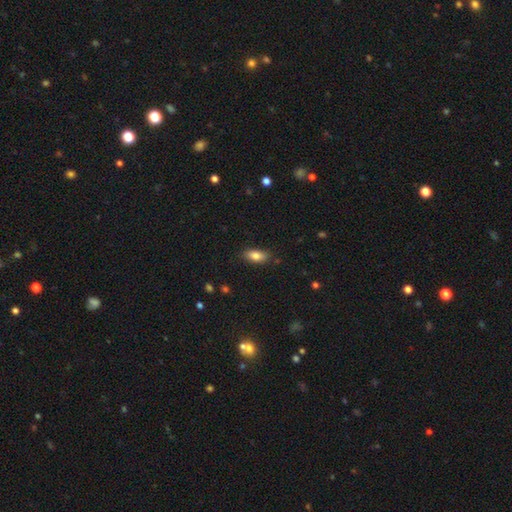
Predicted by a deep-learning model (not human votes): smooth_or_featured: smooth (p=0.82) [alt: featured or disk p=0.10]
how_rounded: in between (p=0.85) [alt: cigar-shaped p=0.11]
merging: none (p=0.84) [alt: minor disturbance p=0.12]